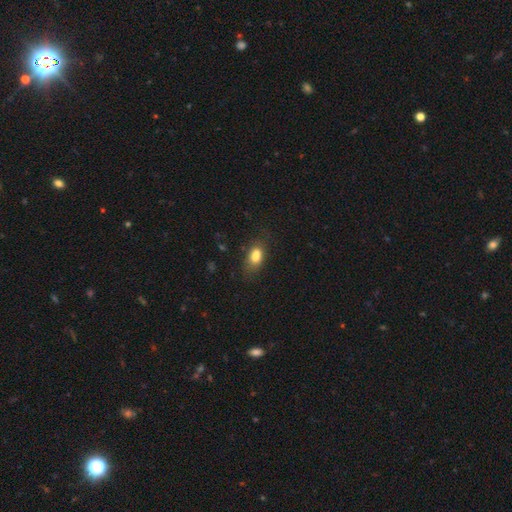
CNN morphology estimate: Smooth or featured? Predicted: smooth (p=0.79). How rounded? Predicted: in between (p=0.84). Merging? Predicted: none (p=0.57).